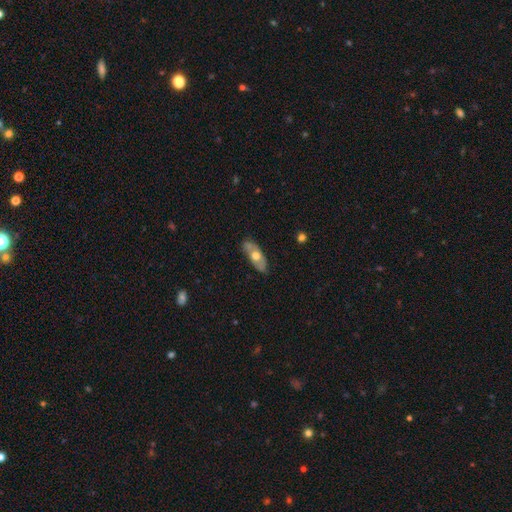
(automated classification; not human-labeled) featured or disk 48%, smooth 46%, star or artifact 6%. Down the decision tree: merging — none (74%).